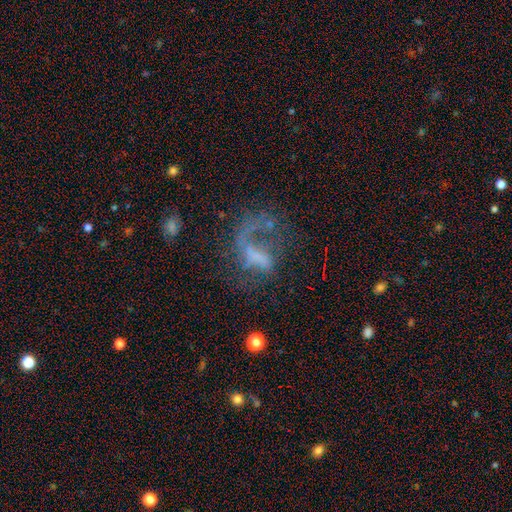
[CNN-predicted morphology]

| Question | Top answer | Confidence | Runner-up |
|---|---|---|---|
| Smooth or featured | featured or disk | 66% | smooth (20%) |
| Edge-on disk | no | 96% | yes (4%) |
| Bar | no | 48% | weak (33%) |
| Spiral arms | yes | 63% | no (37%) |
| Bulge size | none | 60% | small (22%) |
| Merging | major disturbance | 48% | none (31%) |